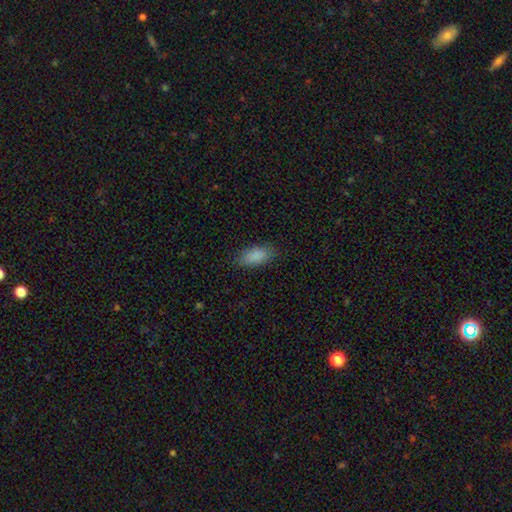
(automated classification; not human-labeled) Smooth or featured? smooth (87%)
How rounded? in between (89%)
Merging? none (82%)